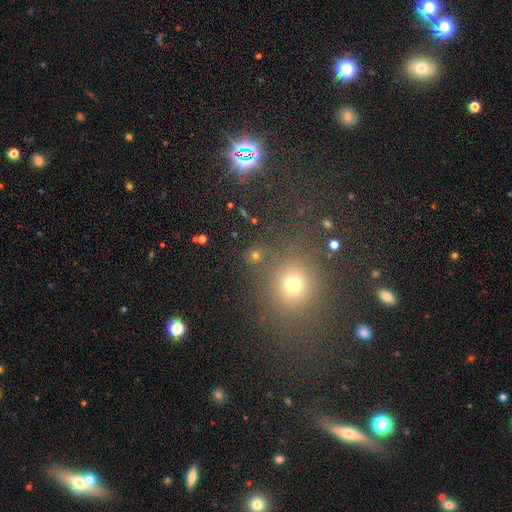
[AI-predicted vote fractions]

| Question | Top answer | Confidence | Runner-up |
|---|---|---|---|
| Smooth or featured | smooth | 58% | star or artifact (34%) |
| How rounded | round | 86% | in between (12%) |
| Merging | none | 82% | minor disturbance (7%) |